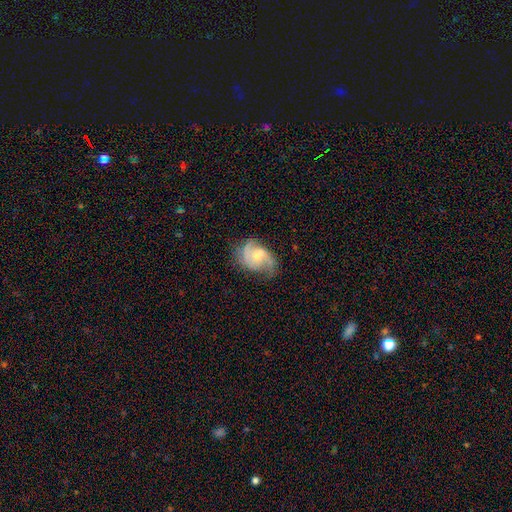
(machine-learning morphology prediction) A featured or disk galaxy (81%) with no bar (52%), 2 (76%) medium (49%) spiral arms (94%) and a small central bulge (46%).

Vote fractions:
- Smooth or featured? featured or disk: 81% / smooth: 13% / star or artifact: 6%
- Edge-on disk? no: 98% / yes: 2%
- Bar? no: 52% / weak: 42% / strong: 7%
- Spiral arms? yes: 94% / no: 6%
- Spiral winding? medium: 49% / loose: 34% / tight: 18%
- Spiral arm count? 2: 76% / can't tell: 8% / 3: 7% / 1: 5% / 4: 2% / more than 4: 2%
- Bulge size? small: 46% / moderate: 44% / none: 6% / large: 3% / dominant: 1%
- Merging? none: 57% / minor disturbance: 25% / major disturbance: 15% / merger: 4%